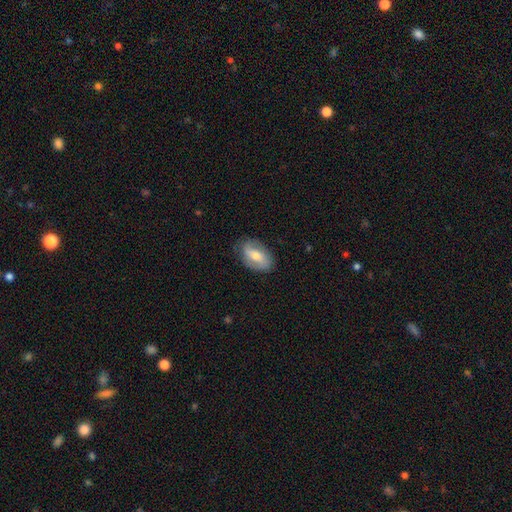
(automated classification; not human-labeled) This appears to be a featured or disk galaxy (48%). Merging: none (80%).